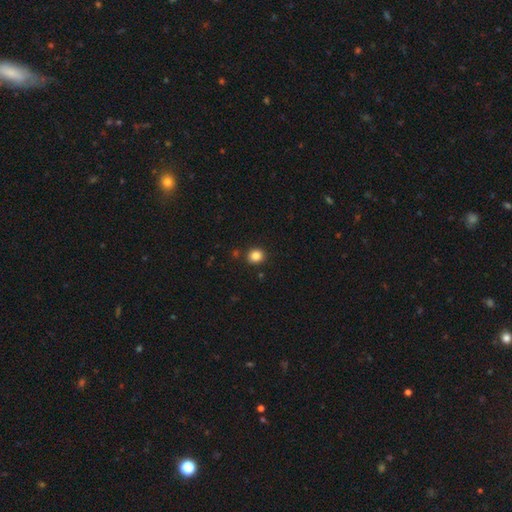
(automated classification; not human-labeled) Smooth or featured? smooth (86%)
How rounded? round (80%)
Merging? none (88%)